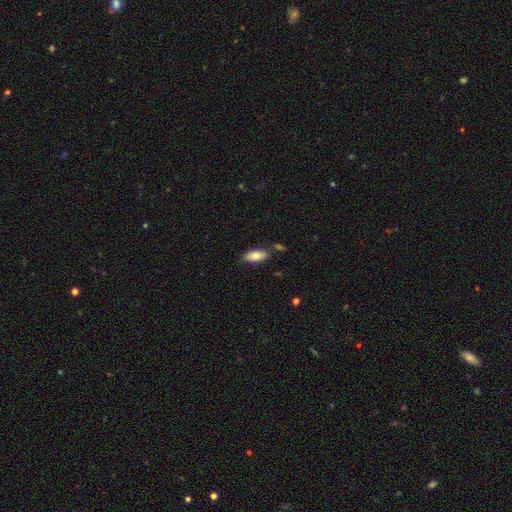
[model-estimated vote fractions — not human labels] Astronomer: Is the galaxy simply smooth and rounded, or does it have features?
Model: smooth — 81%.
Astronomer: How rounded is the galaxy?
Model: in between — 89%.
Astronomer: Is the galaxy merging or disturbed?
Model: none — 72%.